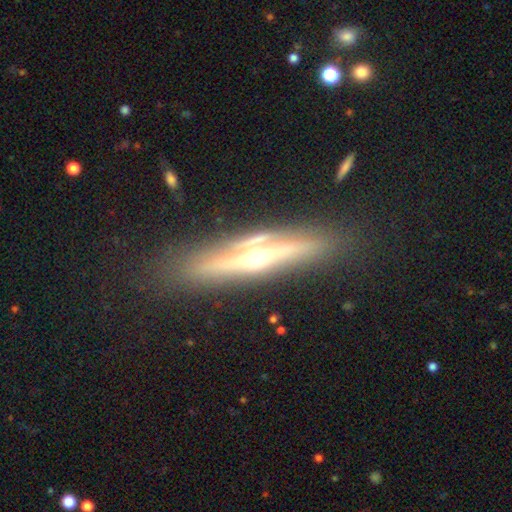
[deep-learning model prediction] Smooth or featured? featured or disk (72%)
Edge-on disk? yes (93%)
Edge-on bulge? rounded (92%)
Merging? none (83%)